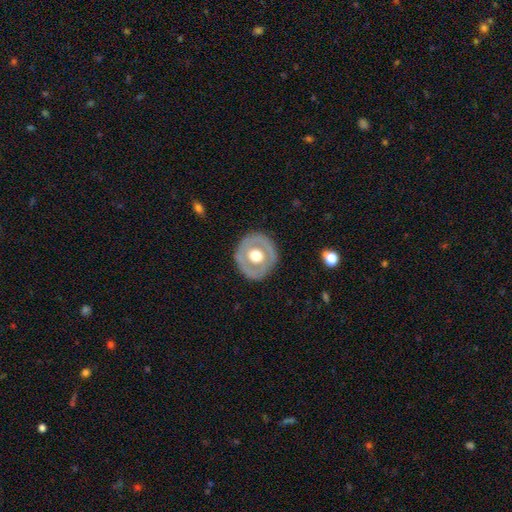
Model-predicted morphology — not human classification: Smooth or featured?
  - featured or disk: 56% *
  - smooth: 39%
  - star or artifact: 5%
Edge-on disk?
  - no: 94% *
  - yes: 6%
Bar?
  - no: 88% *
  - weak: 9%
  - strong: 3%
Spiral arms?
  - no: 90% *
  - yes: 10%
Bulge size?
  - moderate: 55% *
  - large: 39%
  - small: 2%
  - dominant: 2%
  - none: 1%
Merging?
  - none: 84% *
  - minor disturbance: 11%
  - major disturbance: 4%
  - merger: 1%